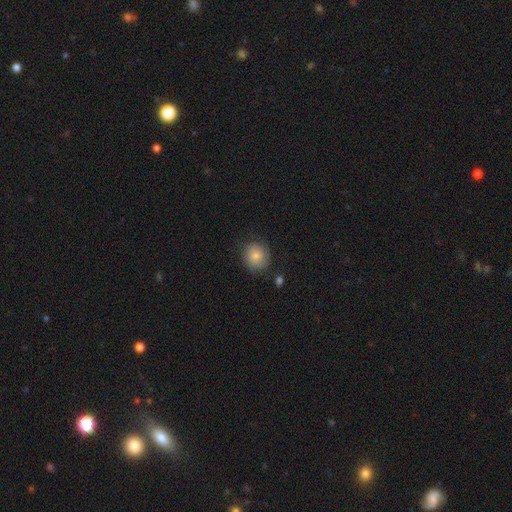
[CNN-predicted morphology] A smooth galaxy with no disk features (81%) that is round (86%). Merging: none (77%).